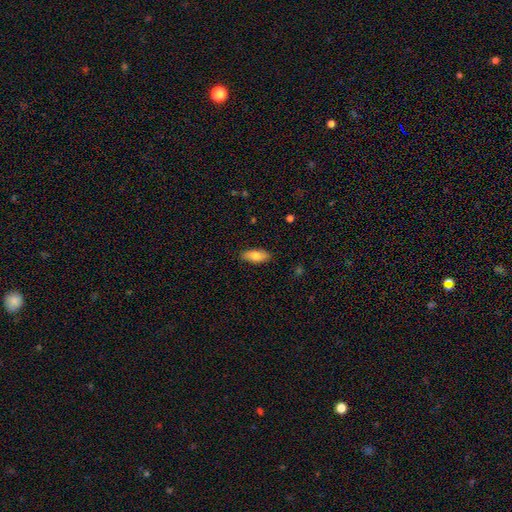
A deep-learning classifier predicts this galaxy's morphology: Smooth or featured: smooth — 81% (featured or disk — 13%)
How rounded: in between — 82% (cigar-shaped — 16%)
Merging: none — 88% (minor disturbance — 9%)